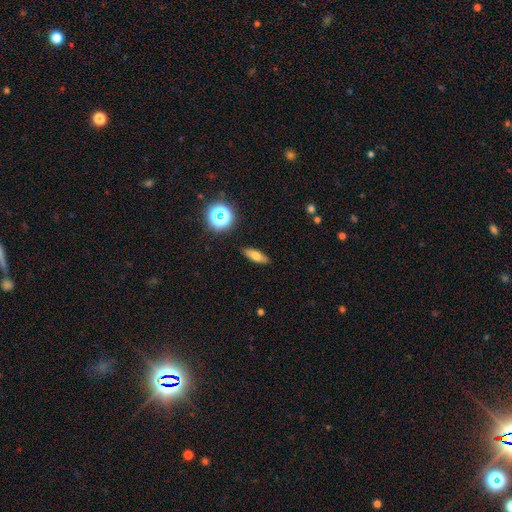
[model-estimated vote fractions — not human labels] This appears to be a smooth galaxy with no disk features (67%) that is in between round and cigar-shaped (56%). Merging: none (87%).